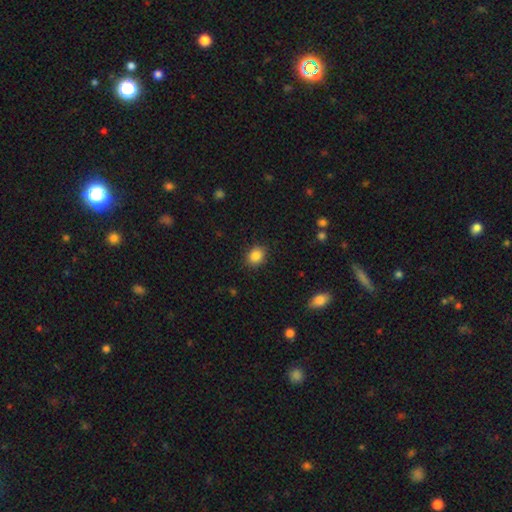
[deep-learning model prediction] Smooth or featured? Predicted: smooth (p=0.86). How rounded? Predicted: round (p=0.55). Merging? Predicted: none (p=0.89).